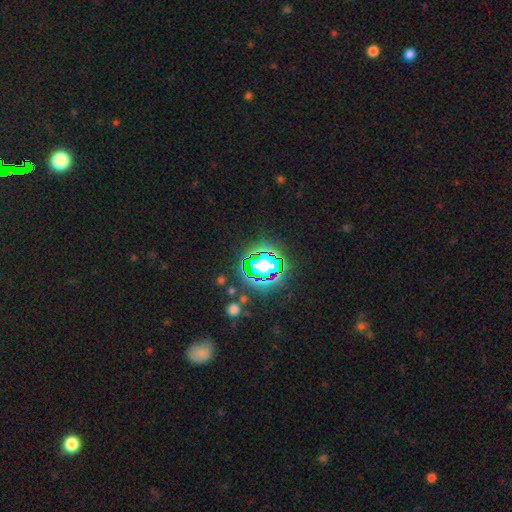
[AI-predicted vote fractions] Smooth or featured?
  - star or artifact: 79% *
  - smooth: 13%
  - featured or disk: 8%